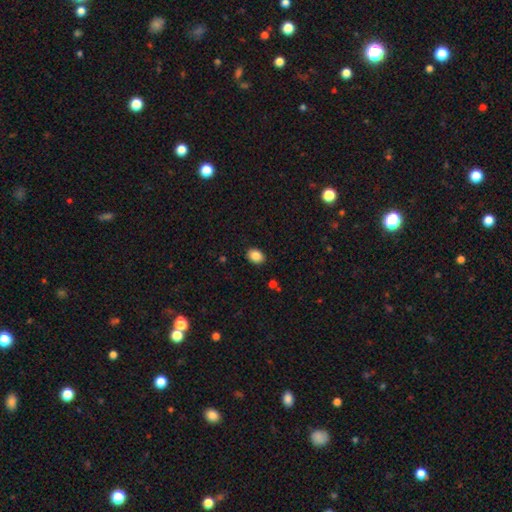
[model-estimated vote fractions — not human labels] A smooth galaxy with no disk features (86%) that is in between round and cigar-shaped (67%). Merging: none (89%).